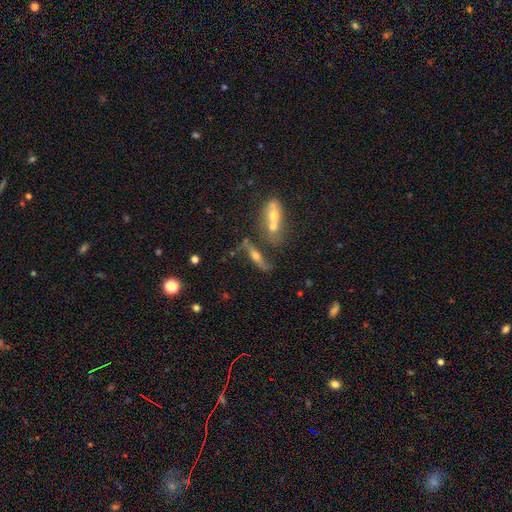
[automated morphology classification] smooth-or-featured: featured or disk: 63% | smooth: 27% | star or artifact: 10%
  disk-edge-on: yes: 63% | no: 37%
  merging: none: 46% | merger: 30% | minor disturbance: 15% | major disturbance: 9%